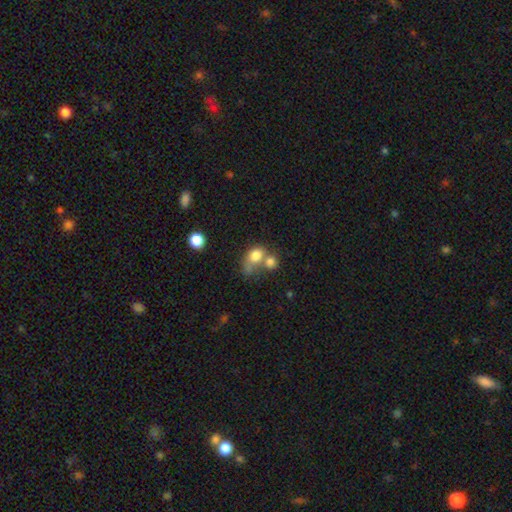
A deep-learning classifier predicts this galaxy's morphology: The model was most divided on "how rounded": in between: 55%, round: 44%, cigar-shaped: 2%. More confident: smooth or featured — smooth (78%); merging — merger (54%).